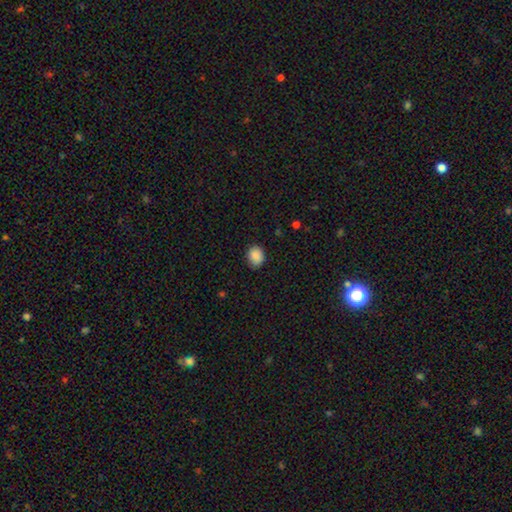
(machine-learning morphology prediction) This is clearly a smooth galaxy (88%). How rounded: possibly round (56%). Merging: clearly none (82%).